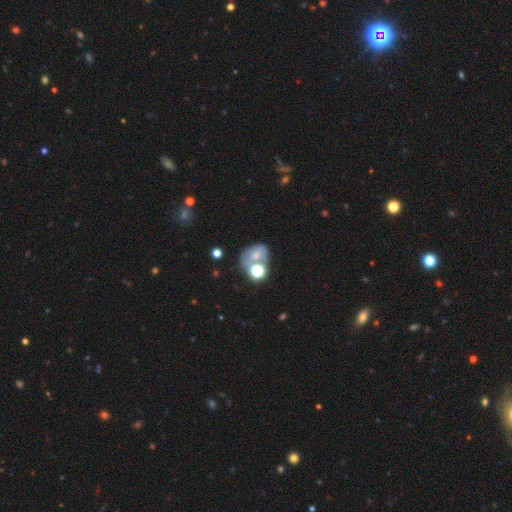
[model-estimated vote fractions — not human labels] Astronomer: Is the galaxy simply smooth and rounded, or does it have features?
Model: smooth — 54%.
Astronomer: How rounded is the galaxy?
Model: in between — 57% (runner-up: round, 42%).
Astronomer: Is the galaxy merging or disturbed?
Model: none — 34% (runner-up: merger, 32%).